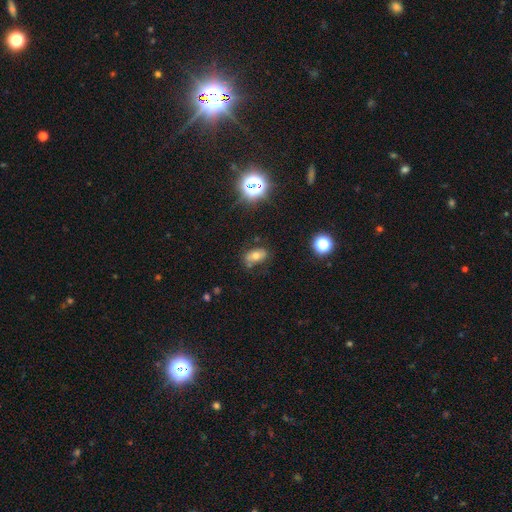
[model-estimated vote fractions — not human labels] A smooth galaxy with no disk features (64%) that is in between round and cigar-shaped (86%). Merging: none (70%).